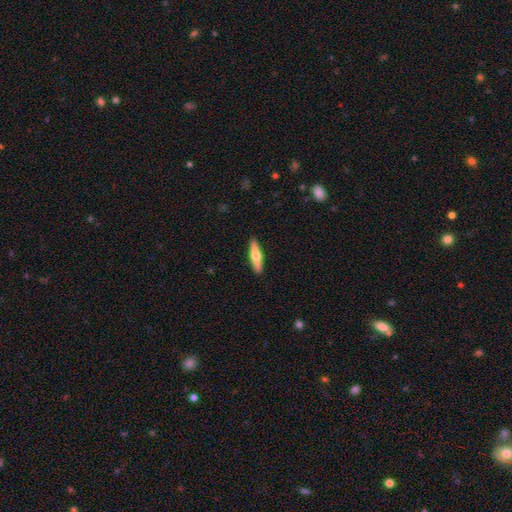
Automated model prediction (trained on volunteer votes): Morphology: type=smooth (50%); merging=none (91%).